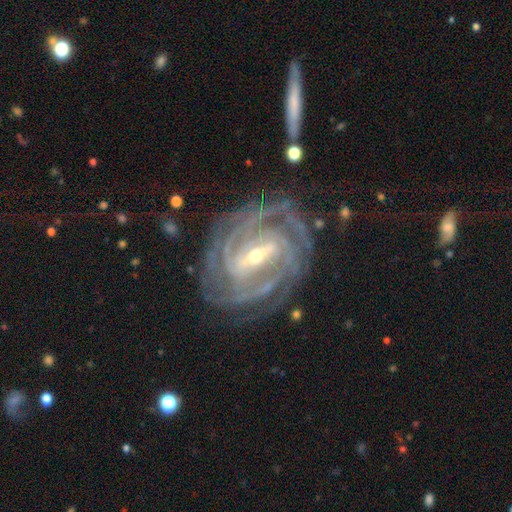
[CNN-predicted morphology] featured or disk 93%, star or artifact 4%, smooth 3%. Down the decision tree: edge-on disk — no (96%); bar — strong (66%); spiral arms — yes (98%); spiral arm count — 3 (25%); spiral winding — tight (79%); bulge size — small (59%); merging — none (79%).